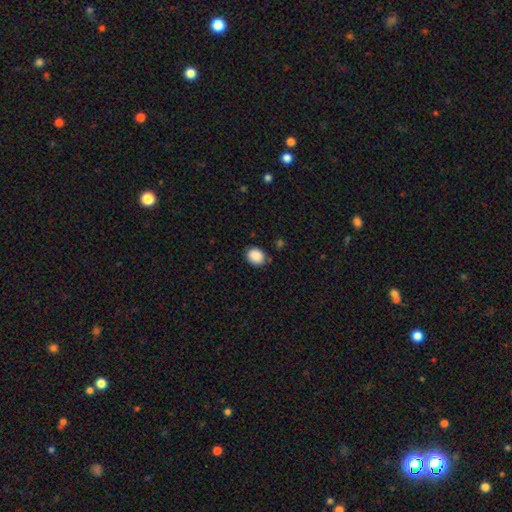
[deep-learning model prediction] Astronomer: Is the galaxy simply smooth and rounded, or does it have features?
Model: smooth — 89%.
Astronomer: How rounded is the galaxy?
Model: round — 59% (runner-up: in between, 40%).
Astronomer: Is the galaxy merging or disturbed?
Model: none — 84%.